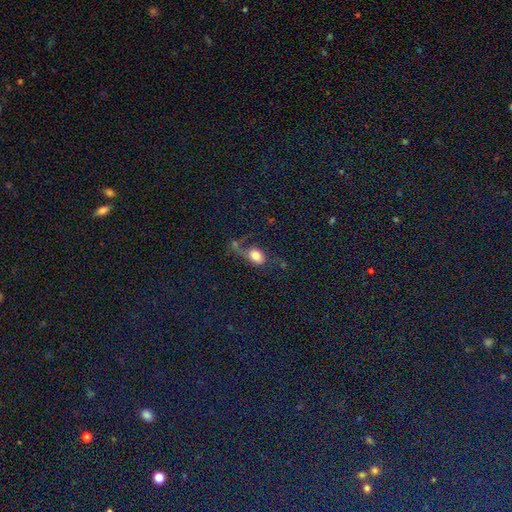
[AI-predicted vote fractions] Overall: smooth (71%). How rounded: in between (72%). Merging: none (41%; major disturbance 23%).